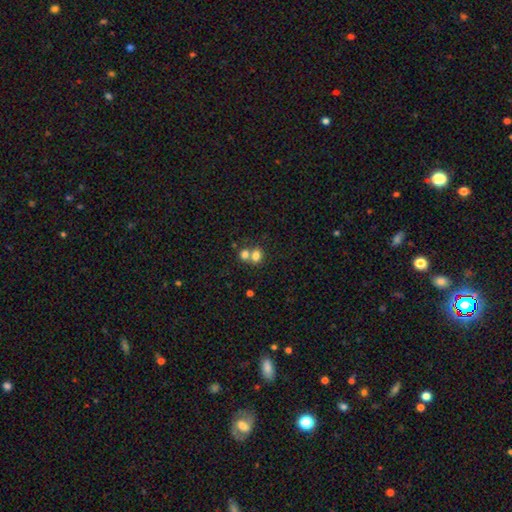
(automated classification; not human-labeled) The model was most divided on "how rounded": round: 56%, in between: 43%, cigar-shaped: 1%. More confident: smooth or featured — smooth (78%); merging — merger (57%).